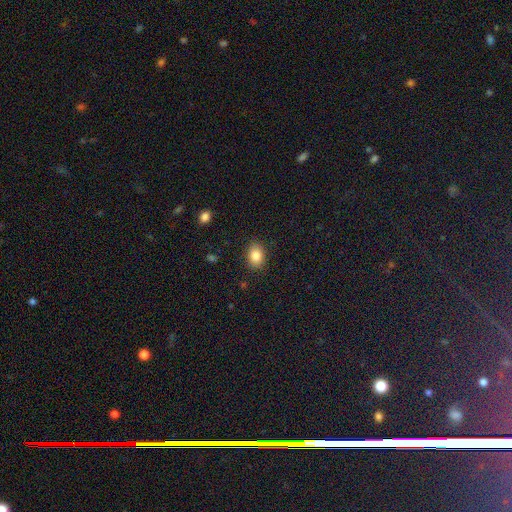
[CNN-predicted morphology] Smooth or featured? Predicted: smooth (p=0.84). How rounded? Predicted: in between (p=0.70). Merging? Predicted: none (p=0.88).